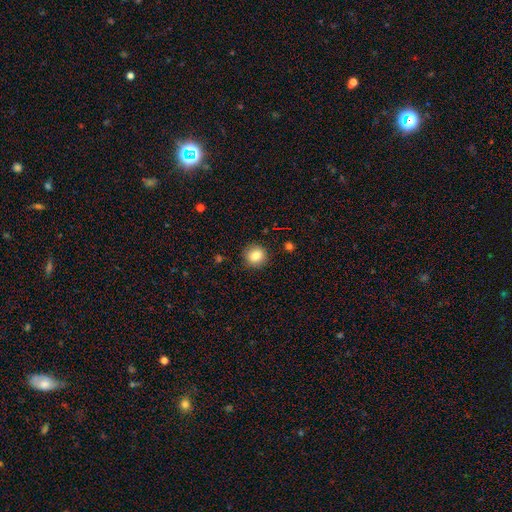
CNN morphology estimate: smooth_or_featured: smooth (p=0.85) [alt: star or artifact p=0.10]
how_rounded: round (p=0.92) [alt: in between p=0.07]
merging: none (p=0.90) [alt: minor disturbance p=0.07]